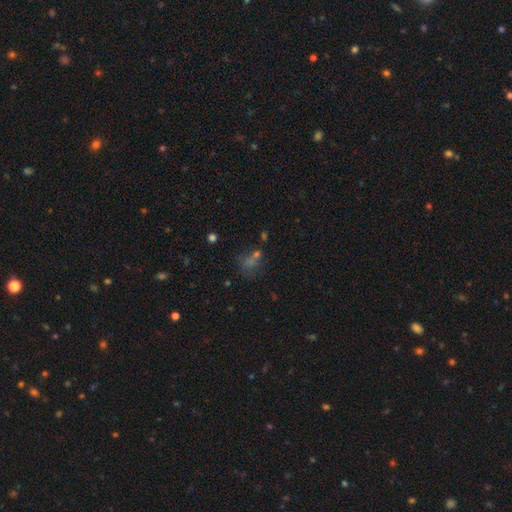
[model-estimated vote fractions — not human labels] smooth_or_featured: smooth (p=0.47) [alt: star or artifact p=0.38]
merging: none (p=0.52) [alt: merger p=0.20]